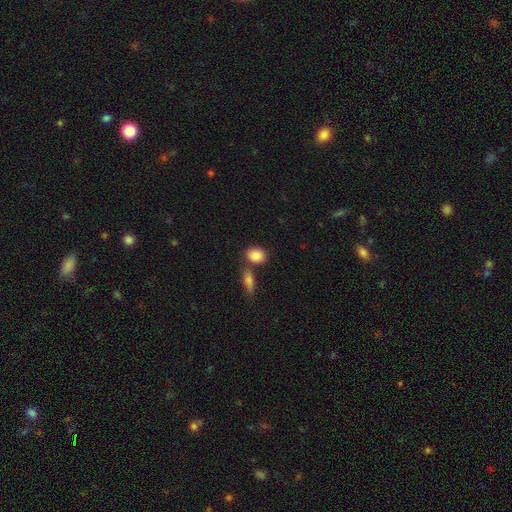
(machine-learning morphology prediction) type=smooth (86%); roundness=in between (56%); merging=none (65%).